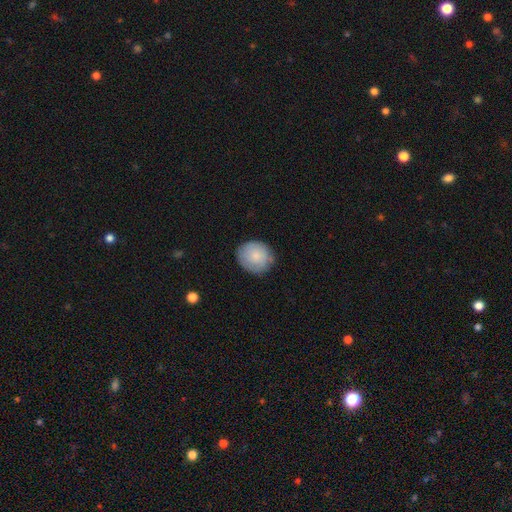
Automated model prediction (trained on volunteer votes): Q: Smooth or featured?
A: smooth (79%); runner-up: featured or disk (15%)
Q: How rounded?
A: round (77%); runner-up: in between (22%)
Q: Merging?
A: none (78%); runner-up: minor disturbance (17%)